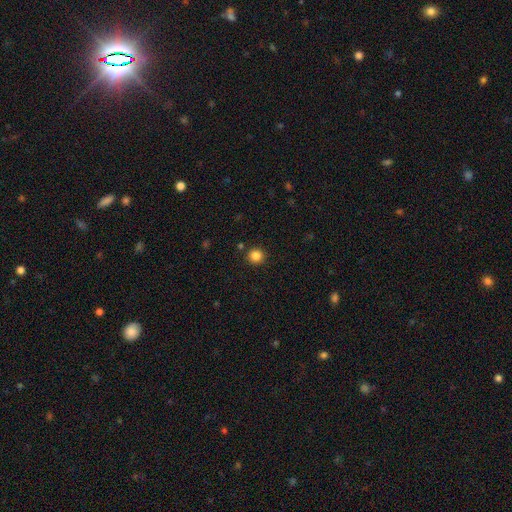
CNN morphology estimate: Smooth or featured? Predicted: smooth (p=0.84). How rounded? Predicted: round (p=0.94). Merging? Predicted: none (p=0.90).